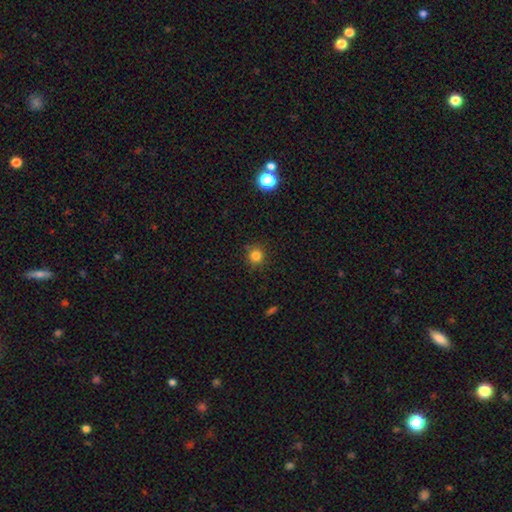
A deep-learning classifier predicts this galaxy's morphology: Smooth or featured? Predicted: smooth (p=0.81). How rounded? Predicted: round (p=0.92). Merging? Predicted: none (p=0.87).